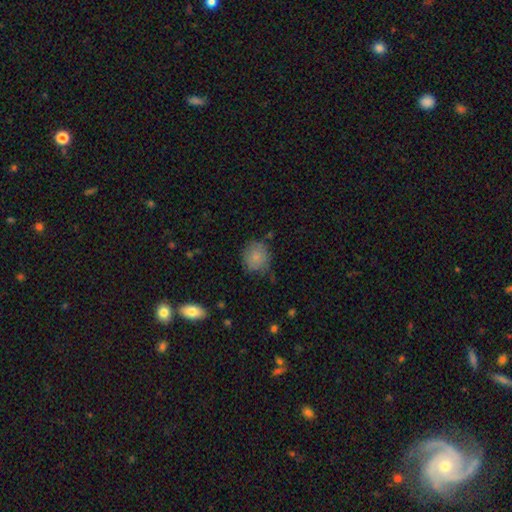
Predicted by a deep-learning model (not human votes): Q: Smooth or featured?
A: smooth (81%); runner-up: featured or disk (10%)
Q: How rounded?
A: round (80%); runner-up: in between (19%)
Q: Merging?
A: none (69%); runner-up: minor disturbance (23%)